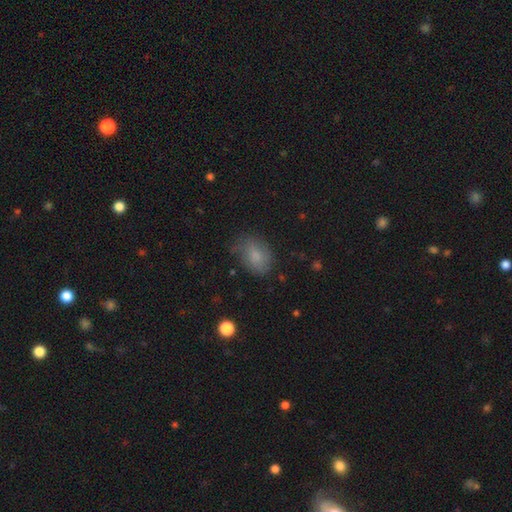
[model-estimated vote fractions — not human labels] smooth 75%, featured or disk 15%, star or artifact 10%. Down the decision tree: how rounded — in between (80%); merging — none (63%).